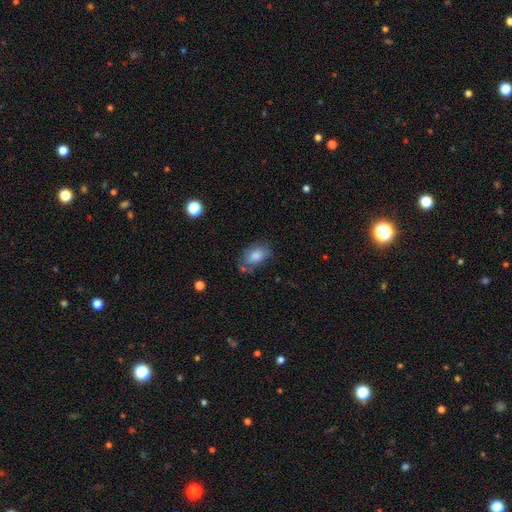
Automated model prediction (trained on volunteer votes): Smooth or featured: smooth — 82% (featured or disk — 10%)
How rounded: in between — 89% (round — 9%)
Merging: none — 63% (minor disturbance — 23%)